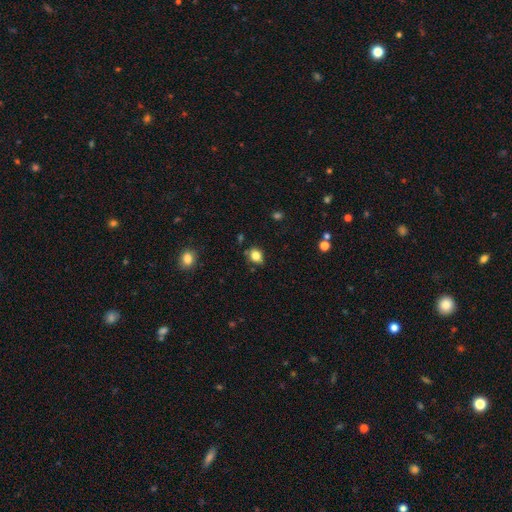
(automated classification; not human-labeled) smooth_or_featured: smooth (p=0.81) [alt: star or artifact p=0.11]
how_rounded: in between (p=0.51) [alt: round p=0.48]
merging: none (p=0.74) [alt: minor disturbance p=0.19]